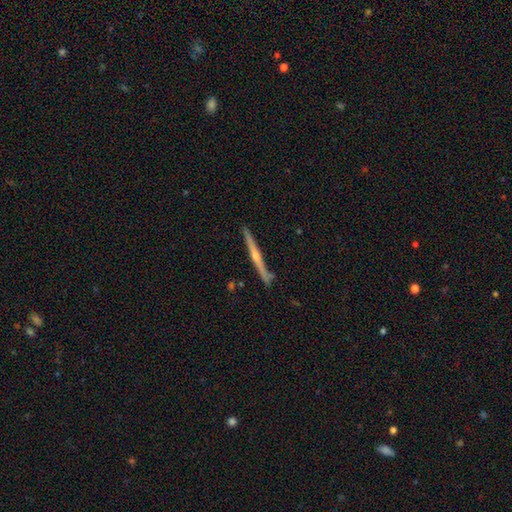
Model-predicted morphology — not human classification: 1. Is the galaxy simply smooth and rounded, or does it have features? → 76% featured or disk, 19% smooth, 5% star or artifact.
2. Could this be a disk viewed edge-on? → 98% yes, 2% no.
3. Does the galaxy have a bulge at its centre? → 77% rounded, 19% none, 5% boxy.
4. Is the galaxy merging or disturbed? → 87% none, 10% minor disturbance, 2% merger, 2% major disturbance.